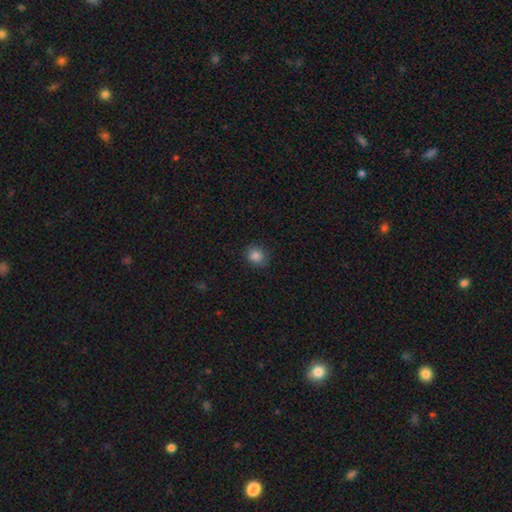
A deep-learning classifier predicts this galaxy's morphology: Overall: smooth (84%). How rounded: round (77%). Merging: none (87%).